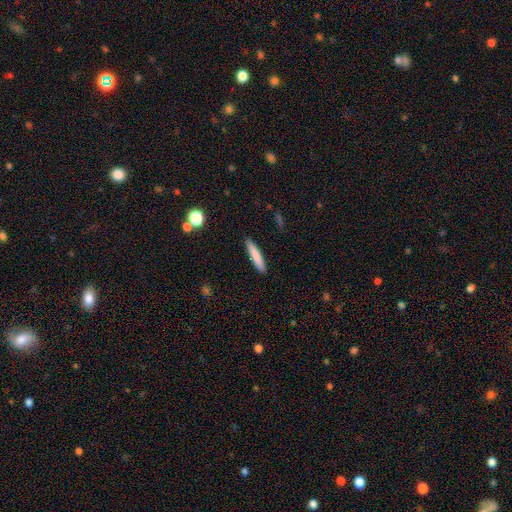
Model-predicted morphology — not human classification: smooth_or_featured: smooth (p=0.82) [alt: featured or disk p=0.12]
how_rounded: cigar-shaped (p=0.89) [alt: in between p=0.10]
merging: none (p=0.90) [alt: minor disturbance p=0.07]